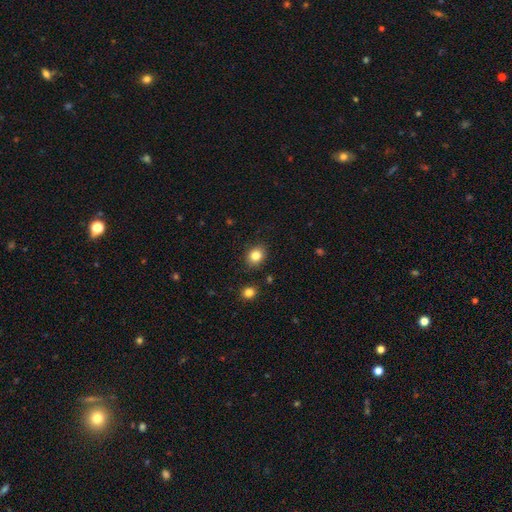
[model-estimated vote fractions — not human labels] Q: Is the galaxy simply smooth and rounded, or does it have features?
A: smooth — 83%.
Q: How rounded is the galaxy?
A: round — 61%.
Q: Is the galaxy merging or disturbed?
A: none — 87%.